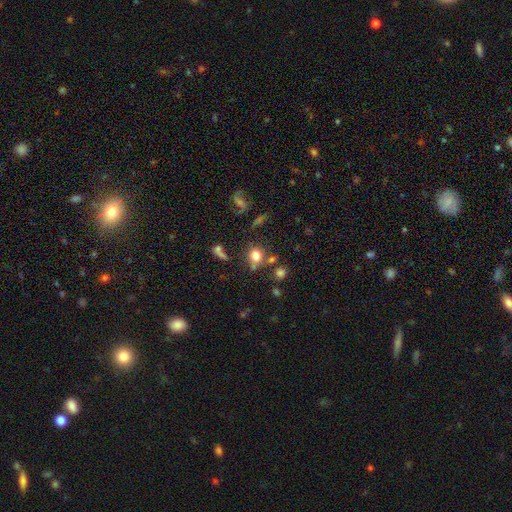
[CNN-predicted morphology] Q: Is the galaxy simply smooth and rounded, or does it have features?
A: smooth — 74%.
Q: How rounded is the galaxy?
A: round — 72%.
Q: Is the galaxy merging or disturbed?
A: none — 65%.